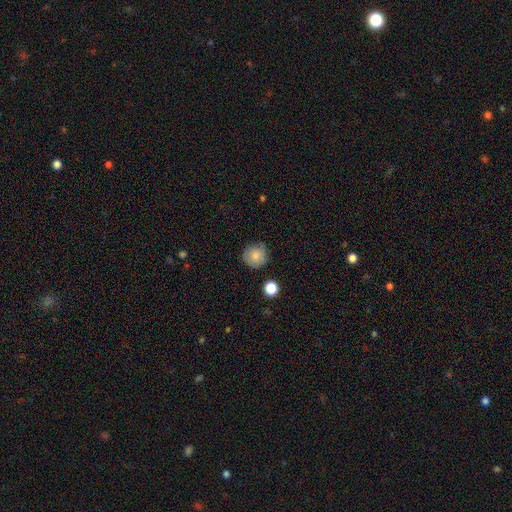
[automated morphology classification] Q: Smooth or featured?
A: smooth (80%); runner-up: featured or disk (12%)
Q: How rounded?
A: round (92%); runner-up: in between (7%)
Q: Merging?
A: none (79%); runner-up: minor disturbance (15%)